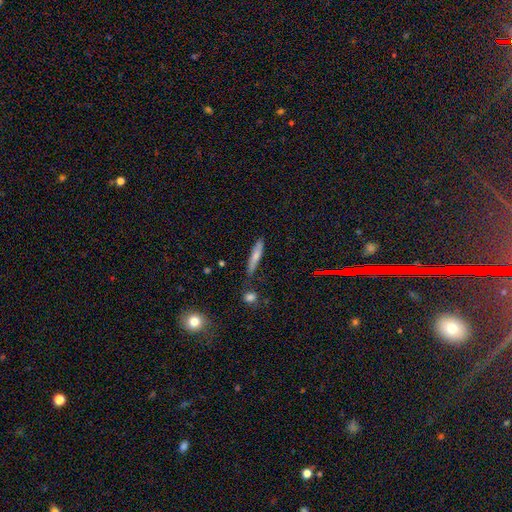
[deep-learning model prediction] The model was most divided on "smooth or featured": smooth: 70%, featured or disk: 23%, star or artifact: 8%. More confident: how rounded — cigar-shaped (85%); merging — none (72%).